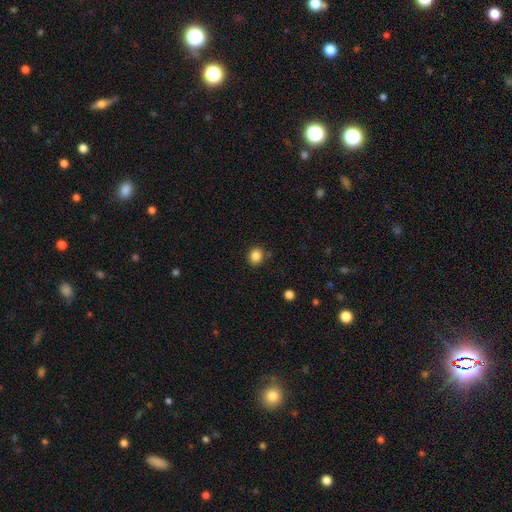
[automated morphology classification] smooth-or-featured: smooth: 85% | star or artifact: 11% | featured or disk: 4%
  how-rounded: round: 73% | in between: 26% | cigar-shaped: 1%
  merging: none: 84% | minor disturbance: 10% | merger: 3% | major disturbance: 3%